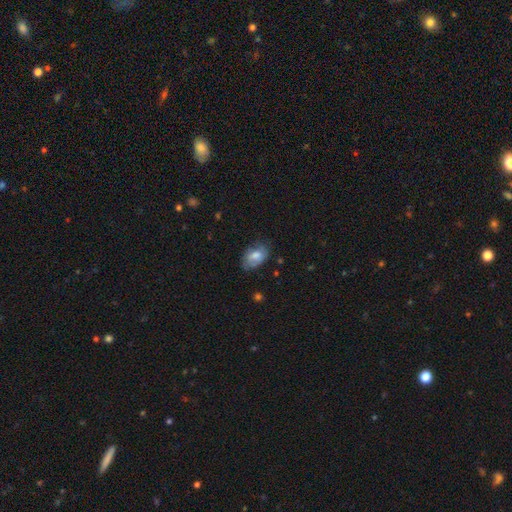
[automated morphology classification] type=smooth (68%); roundness=in between (89%); merging=none (58%).